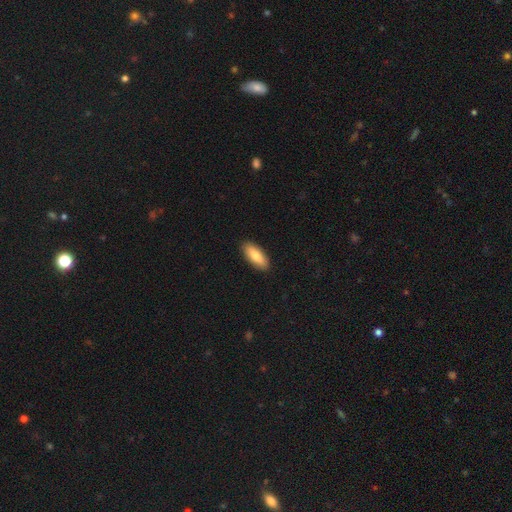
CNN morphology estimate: Q: Smooth or featured?
A: smooth (82%); runner-up: featured or disk (12%)
Q: How rounded?
A: in between (77%); runner-up: cigar-shaped (21%)
Q: Merging?
A: none (90%); runner-up: minor disturbance (8%)